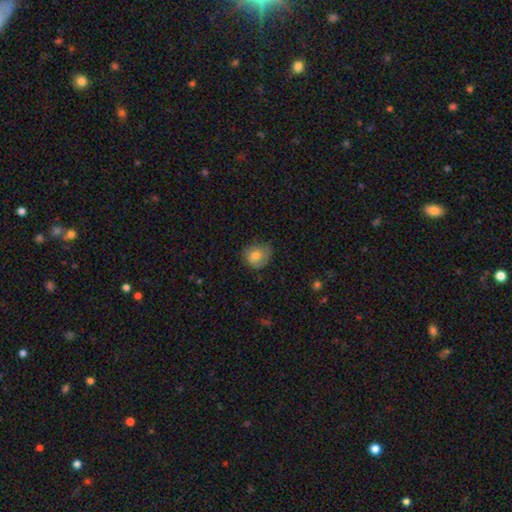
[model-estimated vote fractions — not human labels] The model was most divided on "merging": none: 63%, minor disturbance: 28%, major disturbance: 8%, merger: 1%. More confident: smooth or featured — smooth (75%); how rounded — round (71%).